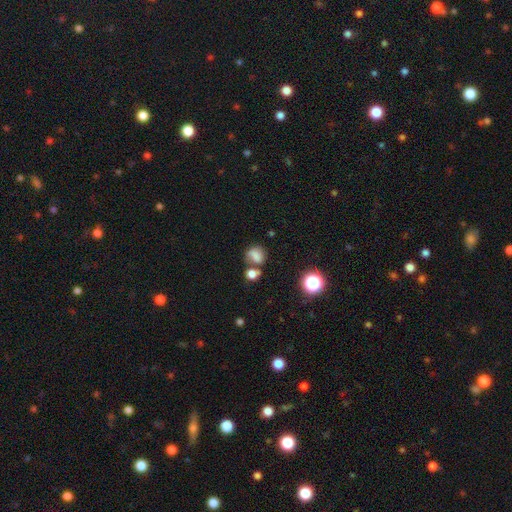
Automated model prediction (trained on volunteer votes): Smooth or featured?
  - smooth: 70% *
  - star or artifact: 16%
  - featured or disk: 14%
How rounded?
  - round: 56% *
  - in between: 43%
  - cigar-shaped: 1%
Merging?
  - none: 46% *
  - merger: 26%
  - minor disturbance: 18%
  - major disturbance: 11%